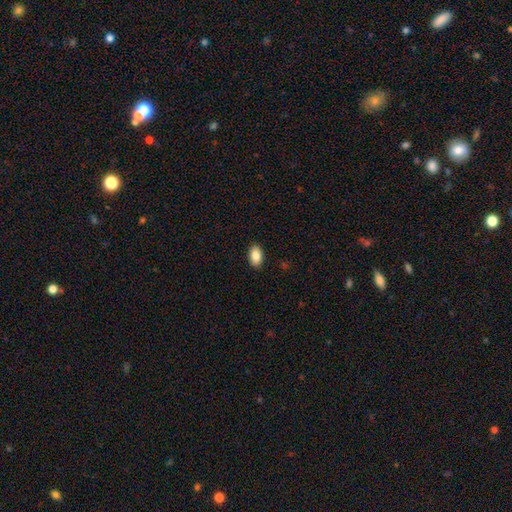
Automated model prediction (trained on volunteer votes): A smooth galaxy with no disk features (87%) that is in between round and cigar-shaped (92%). Merging: none (90%).